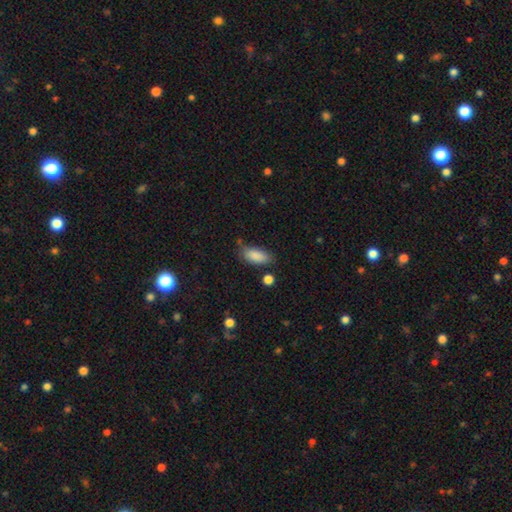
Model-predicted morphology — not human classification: Smooth or featured? smooth (88%)
How rounded? in between (86%)
Merging? none (71%)